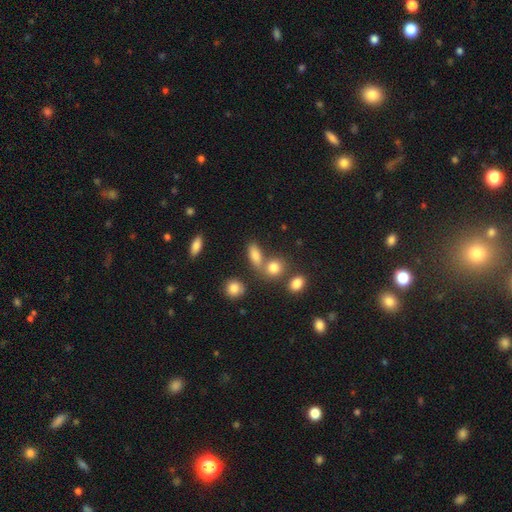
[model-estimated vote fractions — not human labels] This is likely a smooth galaxy (75%). How rounded: likely in between (67%). Merging: possibly none (53%).